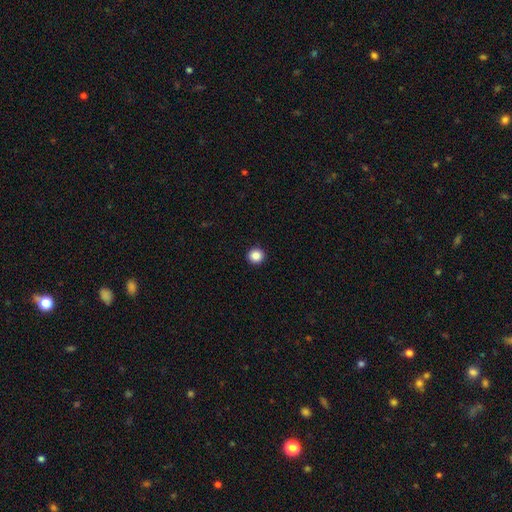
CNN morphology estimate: Overall: smooth (87%). How rounded: round (94%). Merging: none (94%).